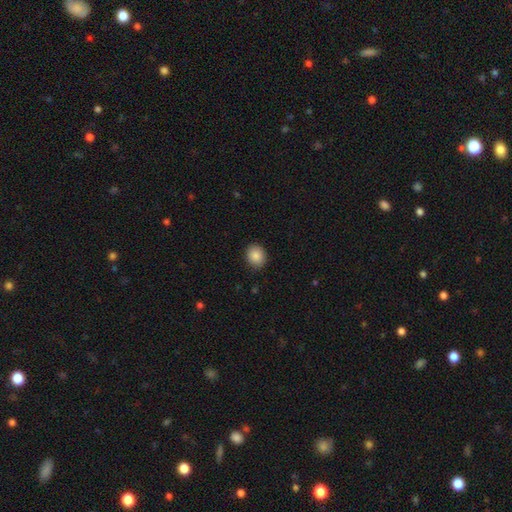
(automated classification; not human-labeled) Q: Smooth or featured?
A: smooth (87%); runner-up: star or artifact (8%)
Q: How rounded?
A: round (70%); runner-up: in between (30%)
Q: Merging?
A: none (88%); runner-up: minor disturbance (9%)